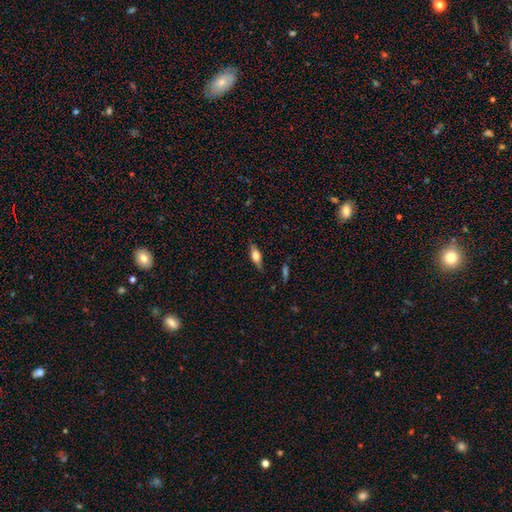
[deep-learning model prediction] Q: Smooth or featured?
A: smooth (59%); runner-up: featured or disk (33%)
Q: How rounded?
A: in between (66%); runner-up: cigar-shaped (30%)
Q: Merging?
A: none (79%); runner-up: minor disturbance (16%)